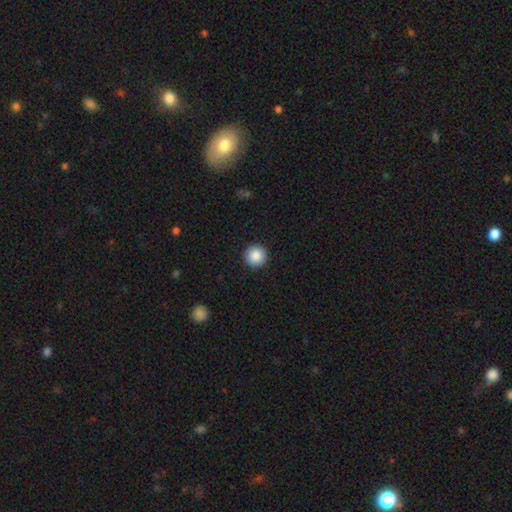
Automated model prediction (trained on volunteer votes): A smooth galaxy with no disk features (88%) that is round (96%). Merging: none (93%).